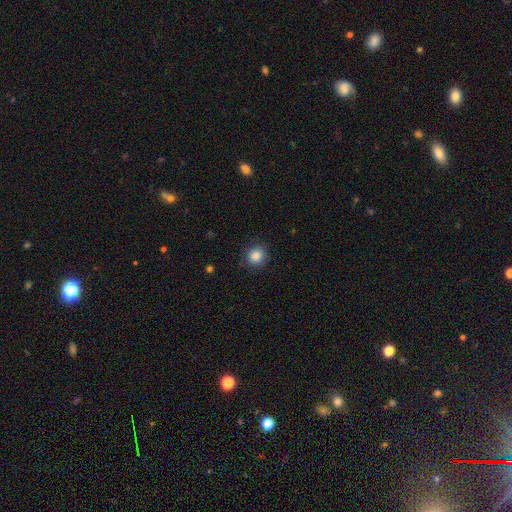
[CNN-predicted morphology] Overall: smooth (86%). How rounded: round (86%). Merging: none (87%).